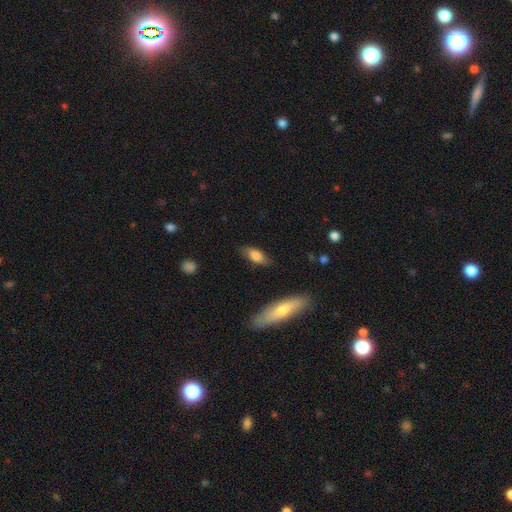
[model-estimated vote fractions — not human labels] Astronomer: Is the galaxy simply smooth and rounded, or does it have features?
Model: smooth — 71%.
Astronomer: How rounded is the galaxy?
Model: in between — 76%.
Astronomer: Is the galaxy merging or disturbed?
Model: none — 76%.